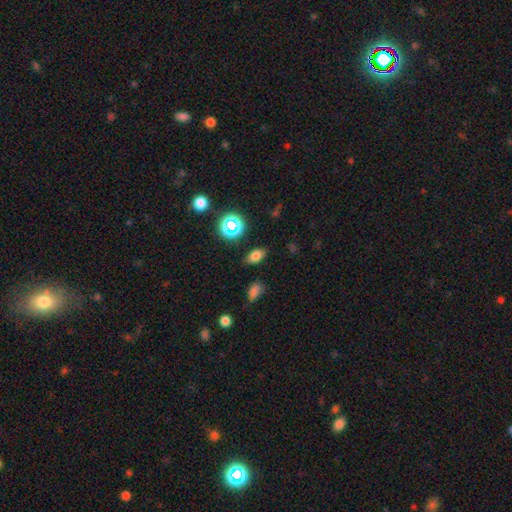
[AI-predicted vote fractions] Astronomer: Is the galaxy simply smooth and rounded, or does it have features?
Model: smooth — 75%.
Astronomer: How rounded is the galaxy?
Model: in between — 87%.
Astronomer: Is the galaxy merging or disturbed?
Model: none — 84%.